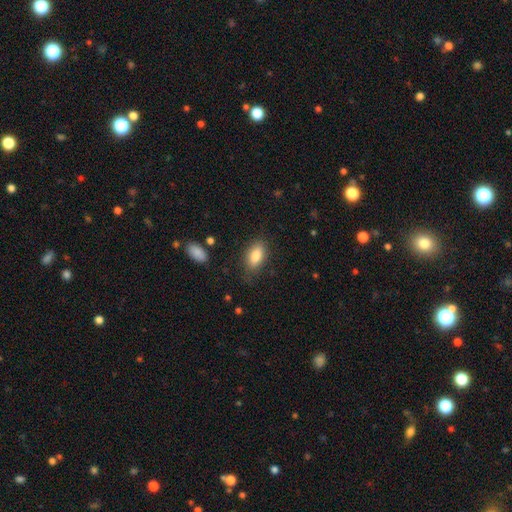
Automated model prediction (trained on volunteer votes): Q: Smooth or featured?
A: smooth (84%); runner-up: featured or disk (9%)
Q: How rounded?
A: in between (89%); runner-up: cigar-shaped (7%)
Q: Merging?
A: none (79%); runner-up: minor disturbance (15%)